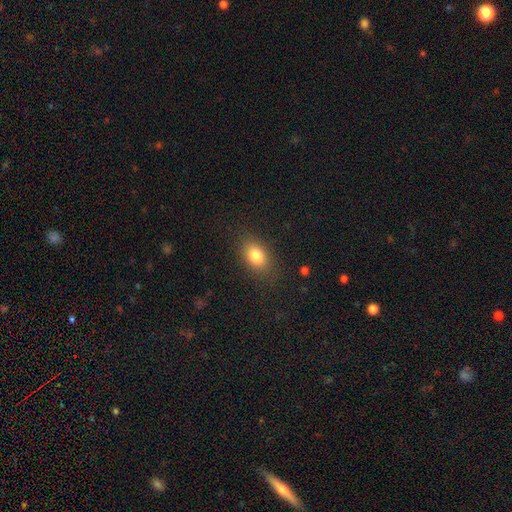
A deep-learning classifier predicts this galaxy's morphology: A smooth galaxy with no disk features (81%) that is in between round and cigar-shaped (80%).

Vote fractions:
- Smooth or featured? smooth: 81% / featured or disk: 10% / star or artifact: 10%
- How rounded? in between: 80% / round: 18% / cigar-shaped: 2%
- Merging? none: 84% / minor disturbance: 11% / major disturbance: 4% / merger: 1%